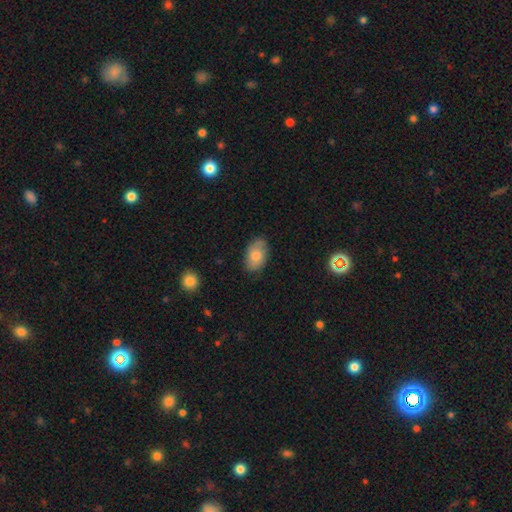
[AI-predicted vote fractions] The model was most divided on "smooth or featured": smooth: 67%, featured or disk: 25%, star or artifact: 7%. More confident: how rounded — in between (89%); merging — none (79%).